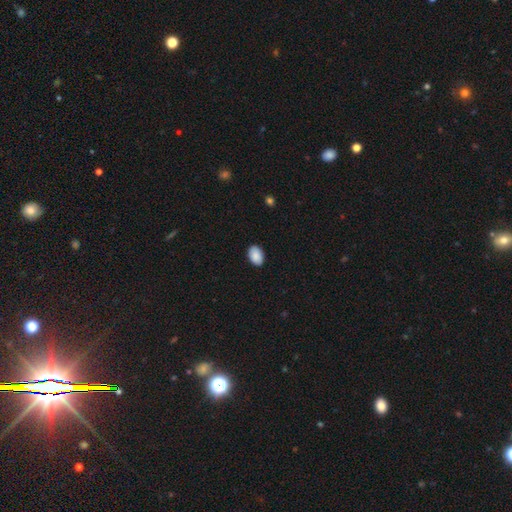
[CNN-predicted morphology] This is clearly a smooth galaxy (90%). How rounded: clearly in between (88%). Merging: clearly none (89%).